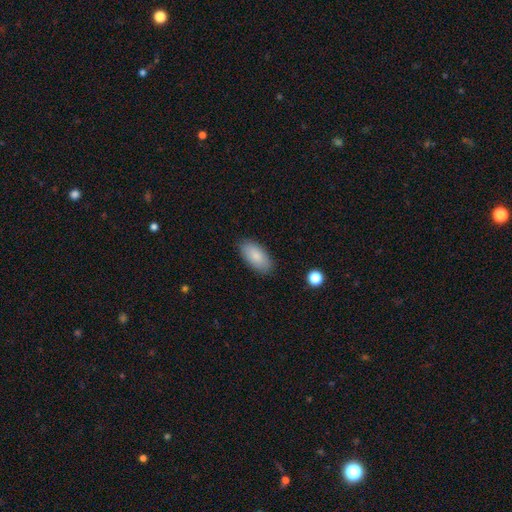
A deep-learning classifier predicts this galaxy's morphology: smooth-or-featured: smooth: 85% | featured or disk: 8% | star or artifact: 6%
  how-rounded: in between: 93% | cigar-shaped: 4% | round: 2%
  merging: none: 86% | minor disturbance: 10% | major disturbance: 2% | merger: 1%